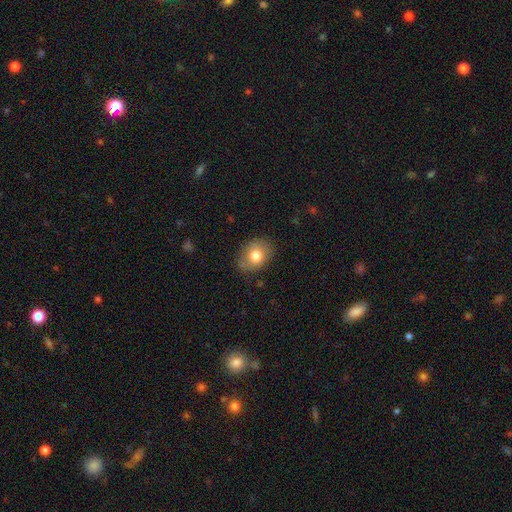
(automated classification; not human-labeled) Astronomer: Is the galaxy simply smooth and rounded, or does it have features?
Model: smooth — 76%.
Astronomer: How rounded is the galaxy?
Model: in between — 63%.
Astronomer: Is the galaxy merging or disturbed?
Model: none — 76%.